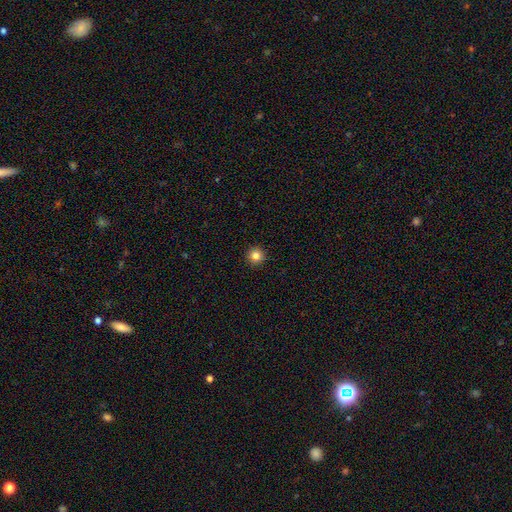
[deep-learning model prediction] smooth-or-featured: smooth: 84% | star or artifact: 11% | featured or disk: 5%
  how-rounded: round: 95% | in between: 4% | cigar-shaped: 1%
  merging: none: 93% | minor disturbance: 5% | major disturbance: 1% | merger: 1%